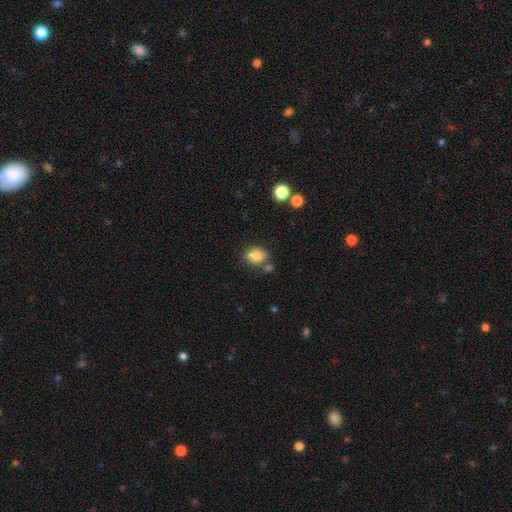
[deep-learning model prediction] This is clearly a smooth galaxy (83%). How rounded: possibly in between (54%). Merging: likely none (69%).